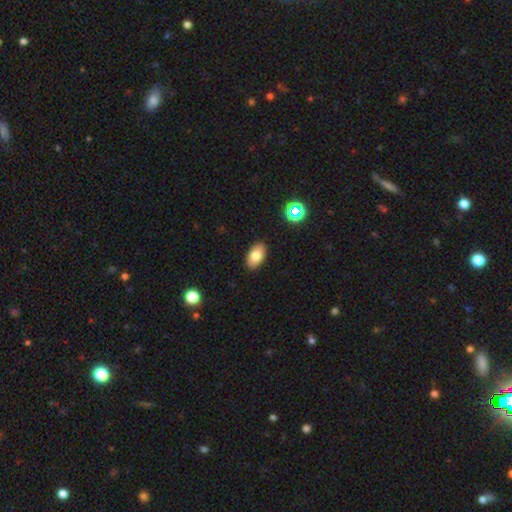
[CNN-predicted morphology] smooth_or_featured: smooth (p=0.80) [alt: featured or disk p=0.11]
how_rounded: in between (p=0.93) [alt: round p=0.06]
merging: none (p=0.89) [alt: minor disturbance p=0.08]